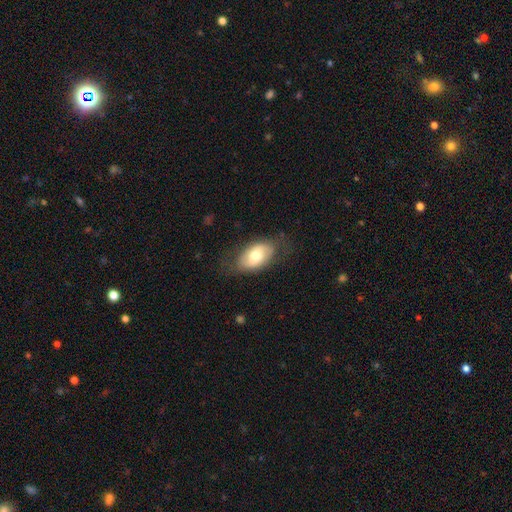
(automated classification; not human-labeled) Smooth or featured? smooth (65%)
How rounded? in between (93%)
Merging? none (73%)